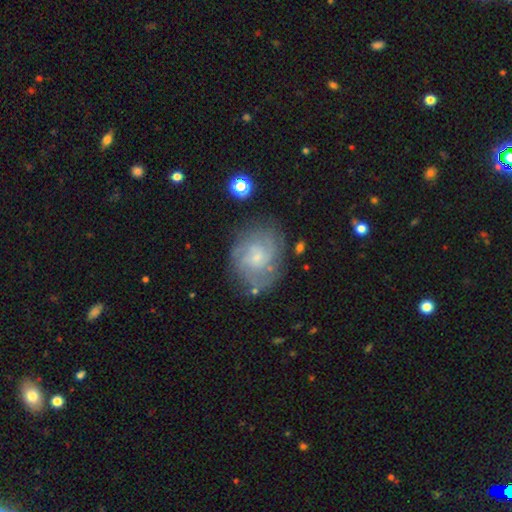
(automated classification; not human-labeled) Overall: featured or disk (75%). Edge-on disk: no (98%). Bar: no (68%; weak 29%). Spiral arms: yes (91%). Spiral arm count: can't tell (38%; 3 19%). Spiral winding: tight (54%; medium 35%). Bulge size: small (70%). Merging: none (72%).